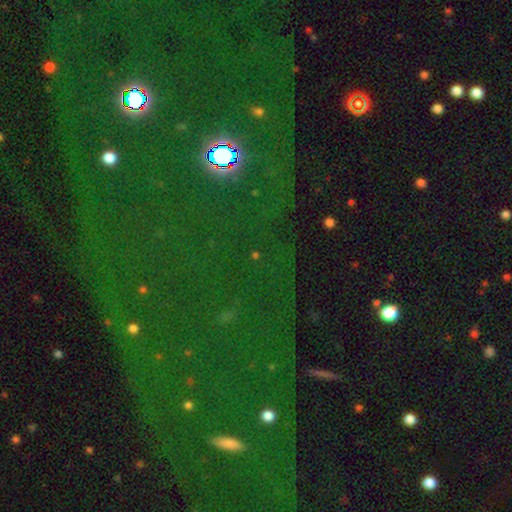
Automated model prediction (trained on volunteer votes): Morphology: type=star or artifact (79%).